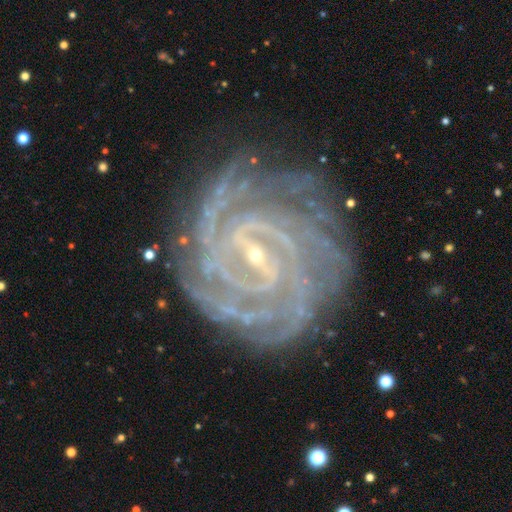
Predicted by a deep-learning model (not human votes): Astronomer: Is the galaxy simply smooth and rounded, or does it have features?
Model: featured or disk — 92%.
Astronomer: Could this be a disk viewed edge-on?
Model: no — 98%.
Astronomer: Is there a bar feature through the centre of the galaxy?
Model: weak — 44% (runner-up: strong, 37%).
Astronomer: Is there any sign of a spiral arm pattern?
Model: yes — 99%.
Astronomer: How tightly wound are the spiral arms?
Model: tight — 83%.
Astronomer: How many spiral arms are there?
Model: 4 — 27% (runner-up: more than 4, 17%).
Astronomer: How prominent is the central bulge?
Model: small — 83%.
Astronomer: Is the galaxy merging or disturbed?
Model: none — 80%.